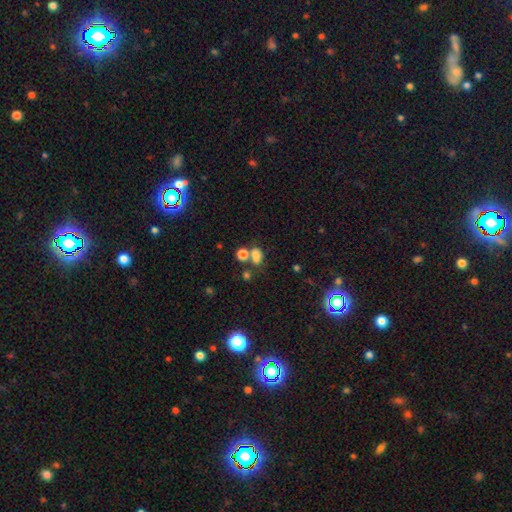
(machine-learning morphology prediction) smooth_or_featured: smooth (p=0.72) [alt: star or artifact p=0.18]
how_rounded: in between (p=0.70) [alt: round p=0.28]
merging: none (p=0.44) [alt: merger p=0.34]